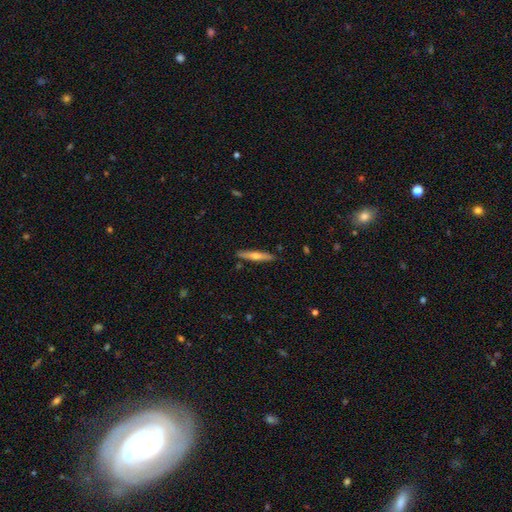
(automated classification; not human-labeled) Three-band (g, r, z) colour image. It shows a featured or disk galaxy (50%) viewed edge-on (94%). Merging: none (89%).